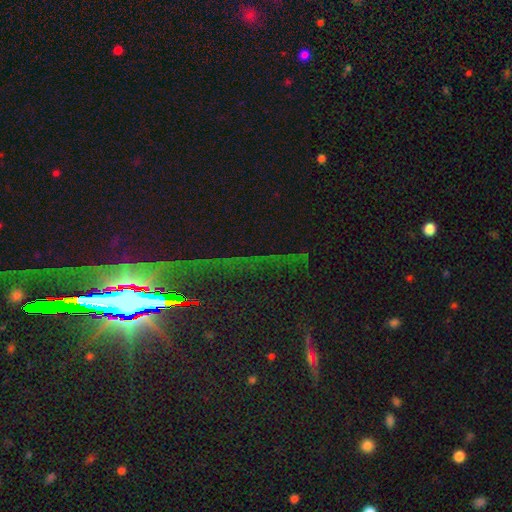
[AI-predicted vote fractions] Smooth or featured?
  - star or artifact: 80% *
  - featured or disk: 13%
  - smooth: 8%